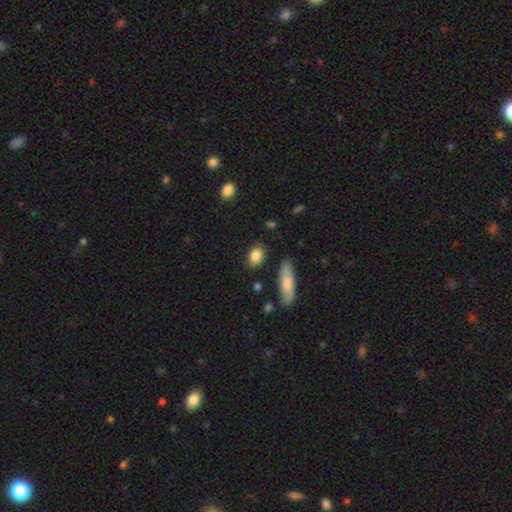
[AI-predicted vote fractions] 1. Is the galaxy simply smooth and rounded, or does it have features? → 86% smooth, 7% star or artifact, 7% featured or disk.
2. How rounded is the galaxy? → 77% in between, 19% round, 4% cigar-shaped.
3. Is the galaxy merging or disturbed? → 82% none, 12% minor disturbance, 3% major disturbance, 3% merger.